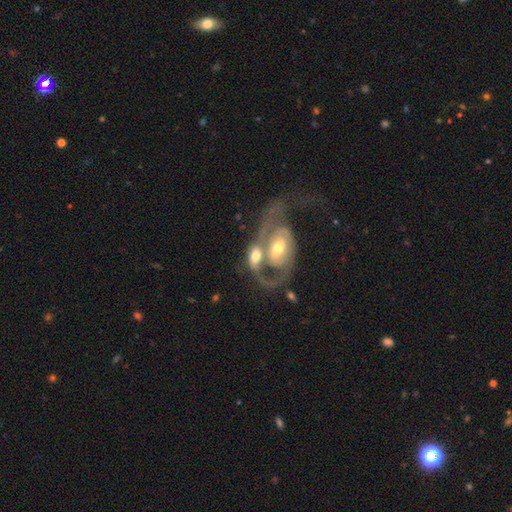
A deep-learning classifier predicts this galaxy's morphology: Smooth or featured: featured or disk — 69% (smooth — 25%)
Edge-on disk: no — 93% (yes — 7%)
Bar: no — 56% (weak — 30%)
Spiral arms: yes — 71% (no — 29%)
Bulge size: moderate — 57% (small — 27%)
Merging: merger — 64% (none — 15%)